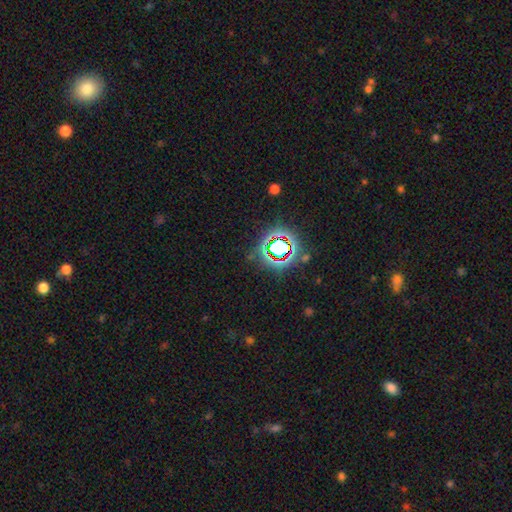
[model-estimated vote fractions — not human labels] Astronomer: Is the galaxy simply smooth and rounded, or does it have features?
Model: star or artifact — 78%.